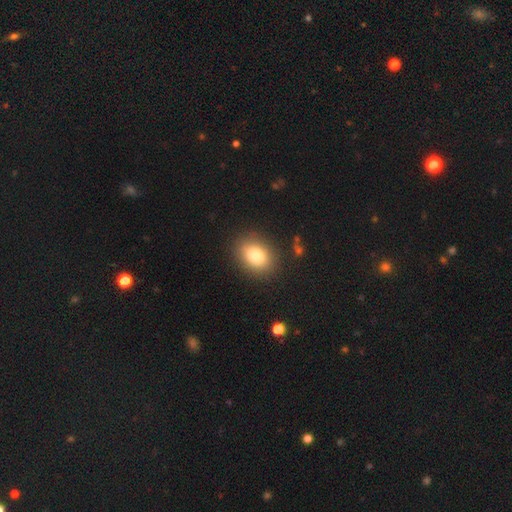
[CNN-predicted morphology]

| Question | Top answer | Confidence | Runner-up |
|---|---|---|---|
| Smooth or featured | smooth | 81% | featured or disk (10%) |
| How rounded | in between | 62% | round (37%) |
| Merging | none | 86% | minor disturbance (9%) |